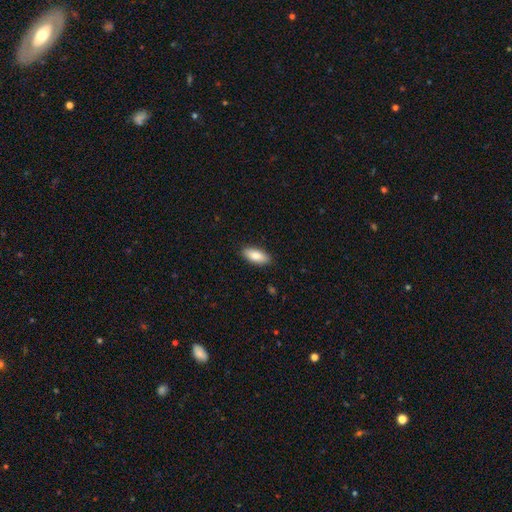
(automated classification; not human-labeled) Smooth or featured?
  - smooth: 84% *
  - featured or disk: 11%
  - star or artifact: 6%
How rounded?
  - in between: 83% *
  - cigar-shaped: 15%
  - round: 2%
Merging?
  - none: 90% *
  - minor disturbance: 8%
  - major disturbance: 2%
  - merger: 1%